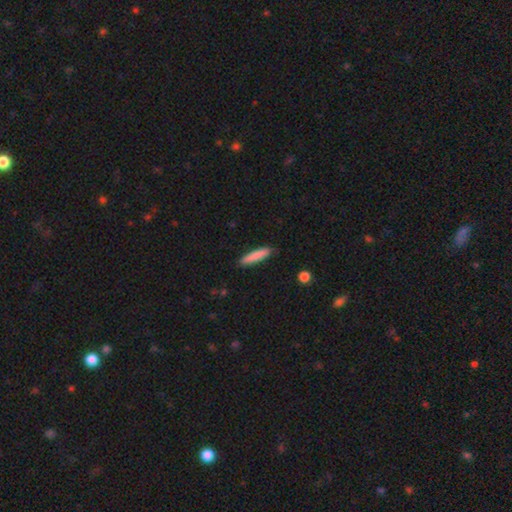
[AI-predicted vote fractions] Smooth or featured?
  - smooth: 84% *
  - featured or disk: 11%
  - star or artifact: 6%
How rounded?
  - cigar-shaped: 86% *
  - in between: 13%
  - round: 1%
Merging?
  - none: 86% *
  - minor disturbance: 11%
  - major disturbance: 2%
  - merger: 1%